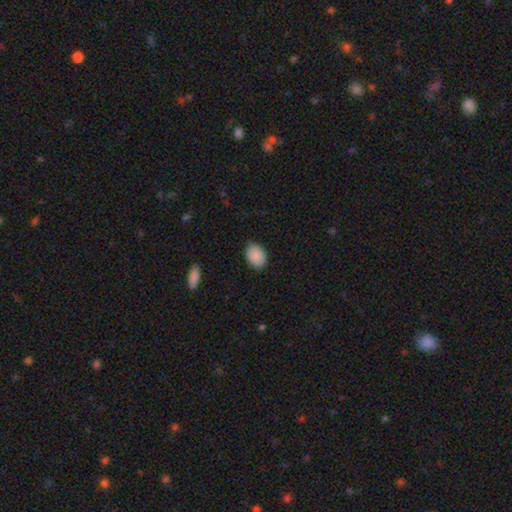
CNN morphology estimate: smooth_or_featured: smooth (p=0.88) [alt: star or artifact p=0.07]
how_rounded: in between (p=0.75) [alt: round p=0.24]
merging: none (p=0.82) [alt: minor disturbance p=0.15]